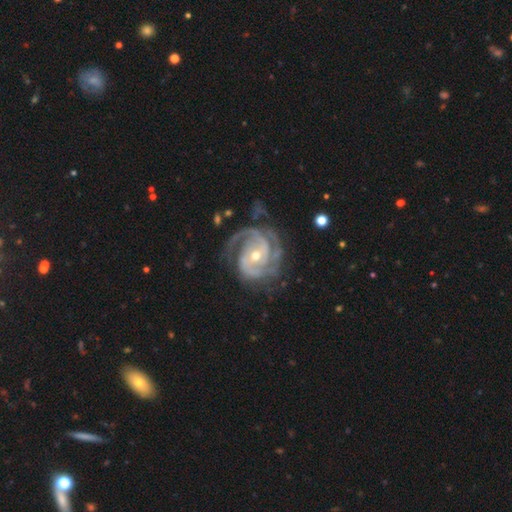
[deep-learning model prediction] Morphology: type=featured or disk (92%); edge-on=no (98%); bar=no (53%); spiral arms=yes (98%); winding=tight (60%); arm count=3 (38%); bulge=moderate (50%); merging=none (66%).